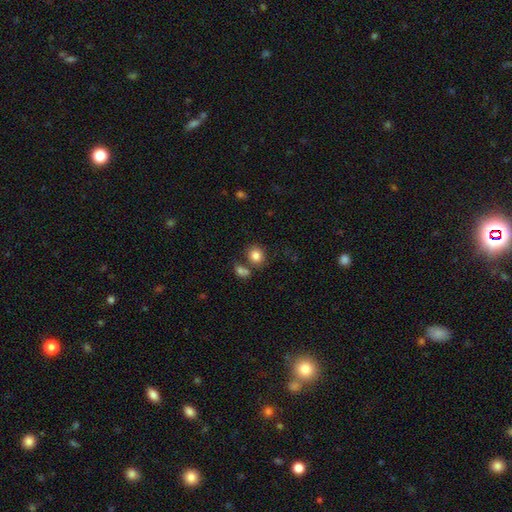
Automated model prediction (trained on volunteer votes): A smooth galaxy with no disk features (84%) that is round (73%).

Vote fractions:
- Smooth or featured? smooth: 84% / star or artifact: 10% / featured or disk: 7%
- How rounded? round: 73% / in between: 26% / cigar-shaped: 1%
- Merging? none: 67% / merger: 18% / minor disturbance: 11% / major disturbance: 4%